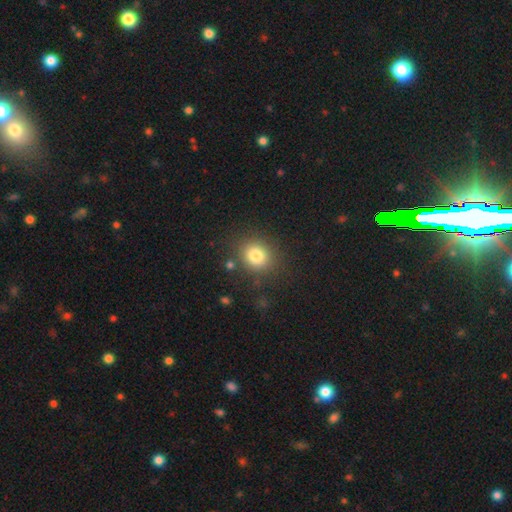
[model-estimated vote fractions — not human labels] smooth-or-featured: smooth: 80% | star or artifact: 12% | featured or disk: 7%
  how-rounded: round: 76% | in between: 24% | cigar-shaped: 1%
  merging: none: 83% | minor disturbance: 10% | major disturbance: 4% | merger: 4%